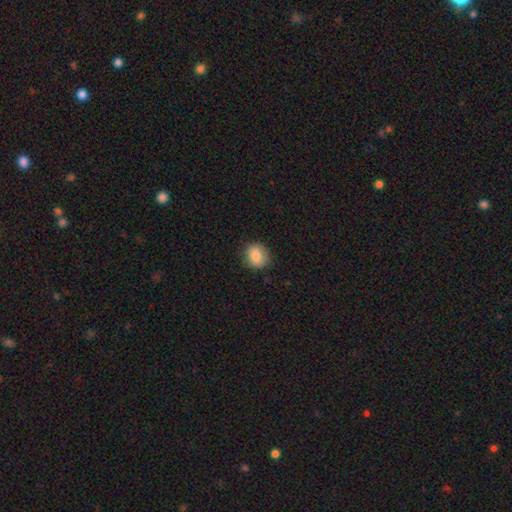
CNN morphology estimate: Smooth or featured: smooth — 83% (star or artifact — 9%)
How rounded: round — 73% (in between — 26%)
Merging: none — 84% (minor disturbance — 12%)